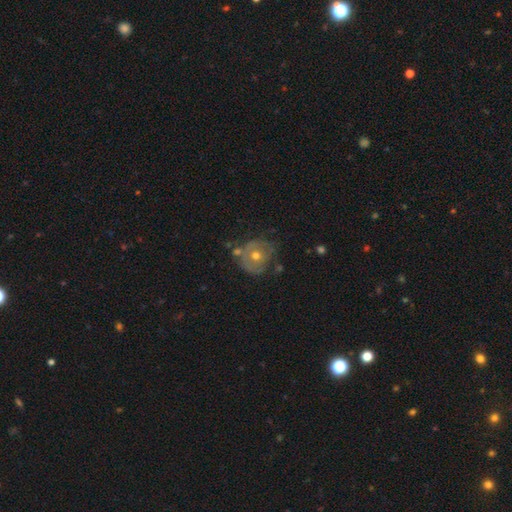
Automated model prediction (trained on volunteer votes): Morphology: type=featured or disk (61%); edge-on=no (96%); bar=no (86%); spiral arms=no (53%); bulge=moderate (75%); merging=none (59%).